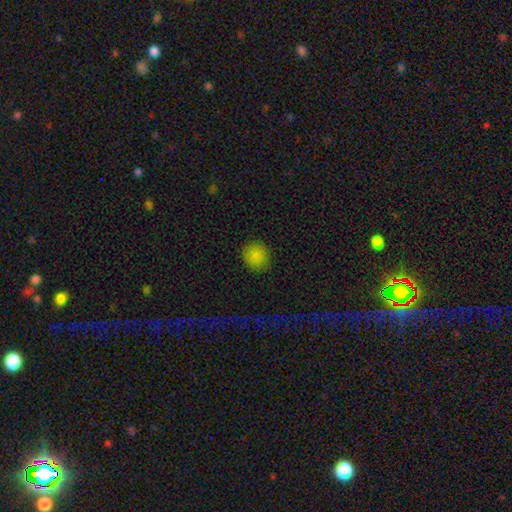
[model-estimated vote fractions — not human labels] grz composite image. It shows a smooth galaxy with no disk features (85%) that is round (87%). Merging: none (90%).